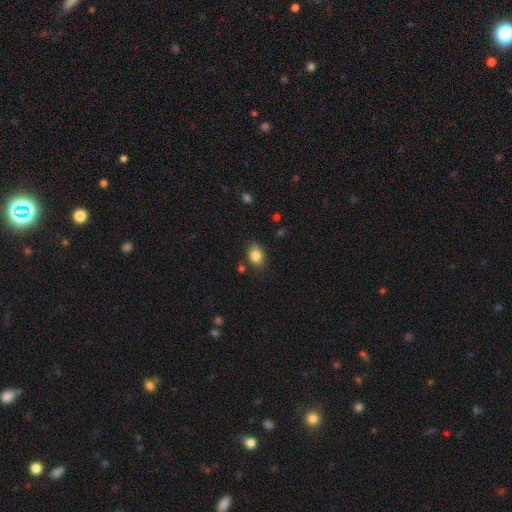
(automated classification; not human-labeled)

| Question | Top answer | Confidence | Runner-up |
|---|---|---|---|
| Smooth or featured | smooth | 84% | star or artifact (9%) |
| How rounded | in between | 66% | round (33%) |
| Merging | none | 78% | minor disturbance (15%) |